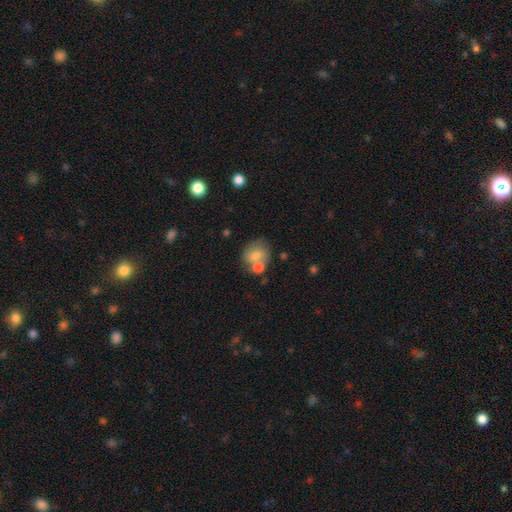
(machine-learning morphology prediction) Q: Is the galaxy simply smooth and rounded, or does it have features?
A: smooth — 70%.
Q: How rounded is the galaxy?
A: round — 64%.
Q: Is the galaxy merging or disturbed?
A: none — 43%.